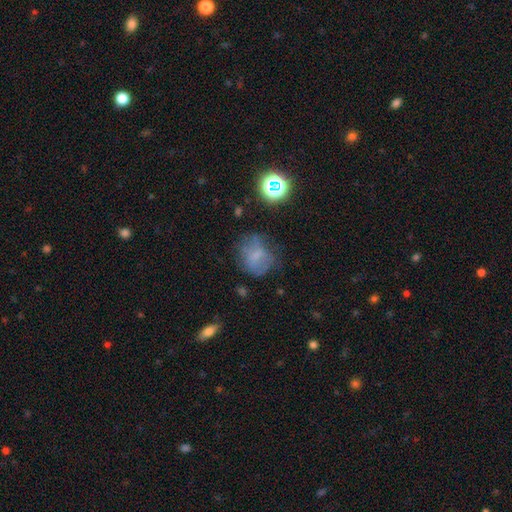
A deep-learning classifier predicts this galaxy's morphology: Smooth or featured?
  - smooth: 53% *
  - featured or disk: 28%
  - star or artifact: 19%
How rounded?
  - round: 66% *
  - in between: 33%
  - cigar-shaped: 1%
Merging?
  - none: 55% *
  - minor disturbance: 24%
  - major disturbance: 17%
  - merger: 3%